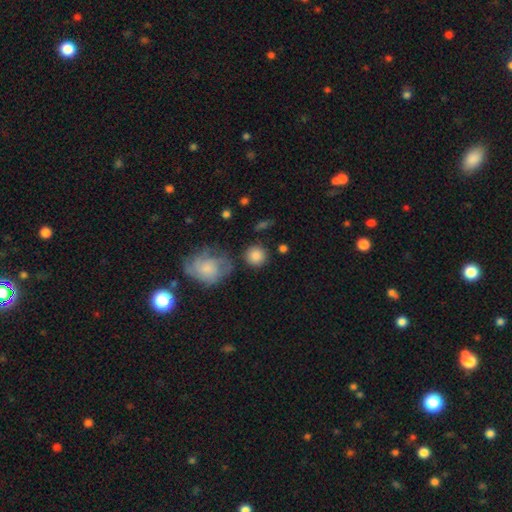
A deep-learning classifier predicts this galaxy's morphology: smooth-or-featured: smooth: 84% | featured or disk: 9% | star or artifact: 7%
  how-rounded: round: 92% | in between: 7% | cigar-shaped: 1%
  merging: none: 78% | minor disturbance: 11% | merger: 6% | major disturbance: 5%